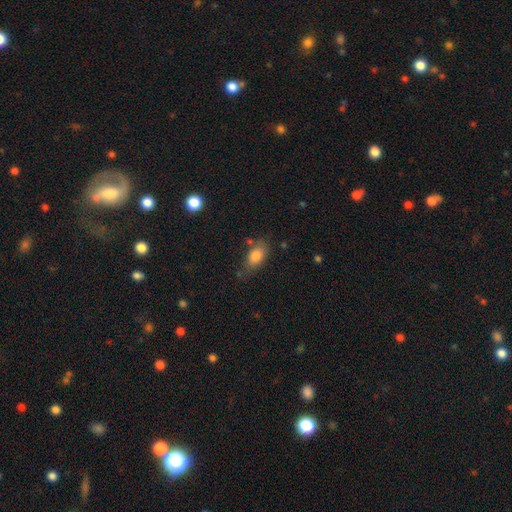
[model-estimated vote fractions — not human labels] Smooth or featured? smooth (81%)
How rounded? in between (87%)
Merging? none (62%)